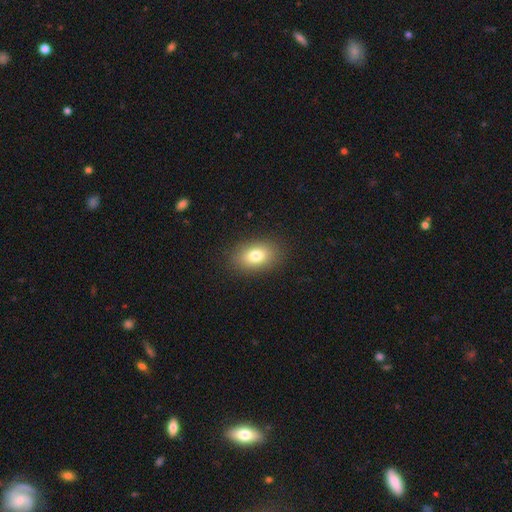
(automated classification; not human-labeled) Overall: smooth (80%). How rounded: in between (86%). Merging: none (88%).